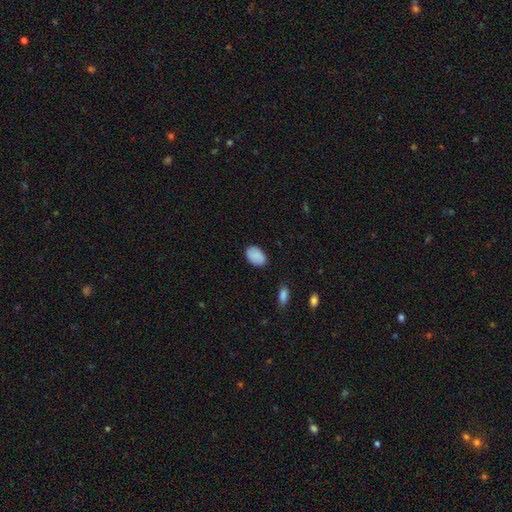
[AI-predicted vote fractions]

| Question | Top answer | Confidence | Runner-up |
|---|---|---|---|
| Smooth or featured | smooth | 89% | star or artifact (7%) |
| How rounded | in between | 89% | round (10%) |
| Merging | none | 84% | minor disturbance (12%) |